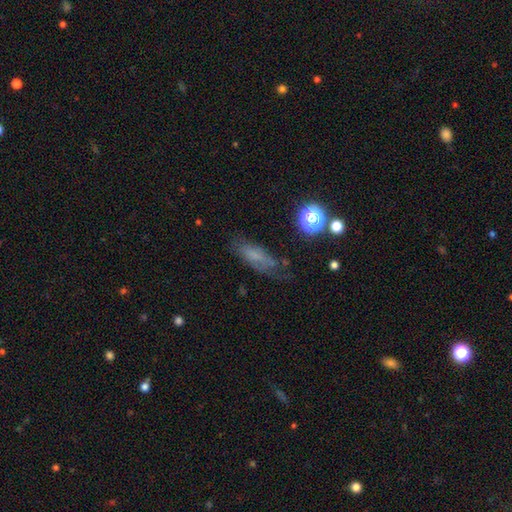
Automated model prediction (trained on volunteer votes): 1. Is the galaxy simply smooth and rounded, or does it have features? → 54% smooth, 28% featured or disk, 17% star or artifact.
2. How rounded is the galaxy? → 63% in between, 31% cigar-shaped, 6% round.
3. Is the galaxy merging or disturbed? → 58% none, 26% minor disturbance, 13% major disturbance, 3% merger.